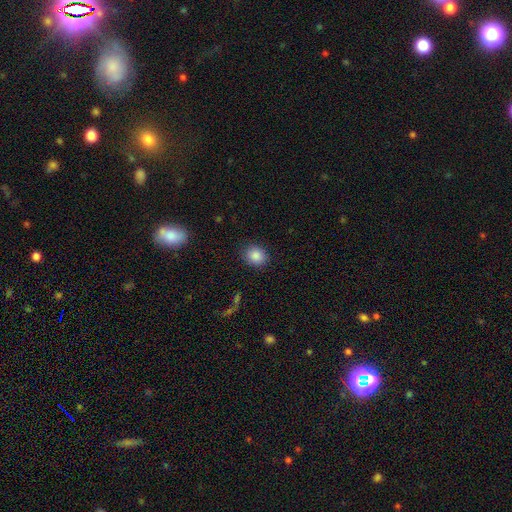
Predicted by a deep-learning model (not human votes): Smooth or featured: smooth — 87% (star or artifact — 9%)
How rounded: round — 66% (in between — 33%)
Merging: none — 87% (minor disturbance — 9%)